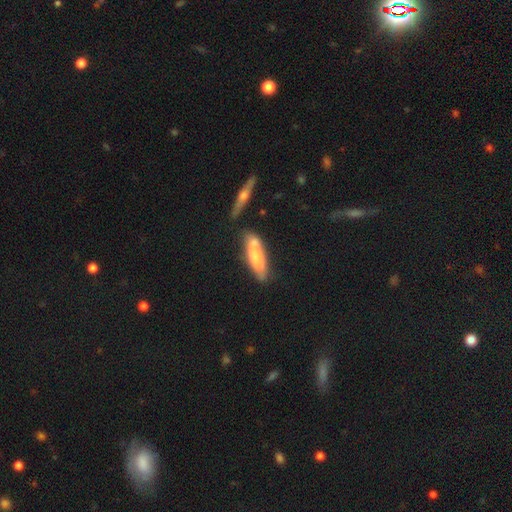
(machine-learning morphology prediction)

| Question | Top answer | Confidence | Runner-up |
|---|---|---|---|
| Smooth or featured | smooth | 65% | featured or disk (29%) |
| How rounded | cigar-shaped | 60% | in between (38%) |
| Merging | none | 51% | merger (24%) |